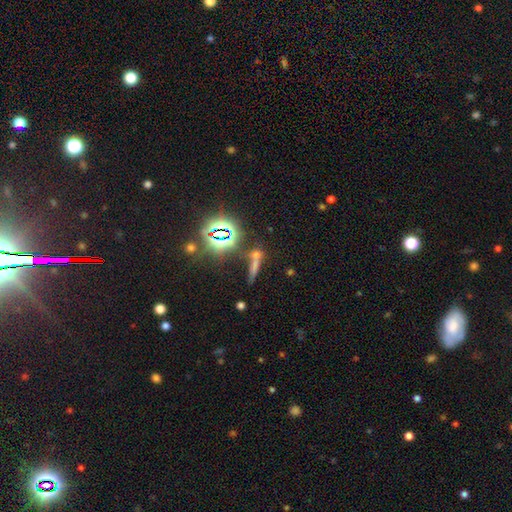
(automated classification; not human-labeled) Q: Smooth or featured?
A: smooth (45%); runner-up: star or artifact (39%)
Q: Merging?
A: none (55%); runner-up: merger (26%)